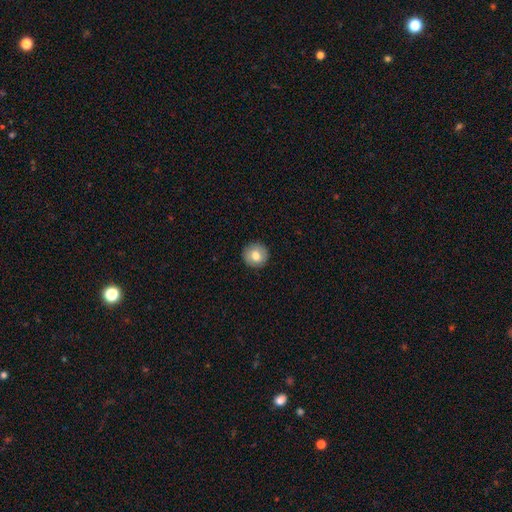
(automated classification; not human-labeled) Smooth or featured? Predicted: smooth (p=0.76). How rounded? Predicted: round (p=0.94). Merging? Predicted: none (p=0.91).